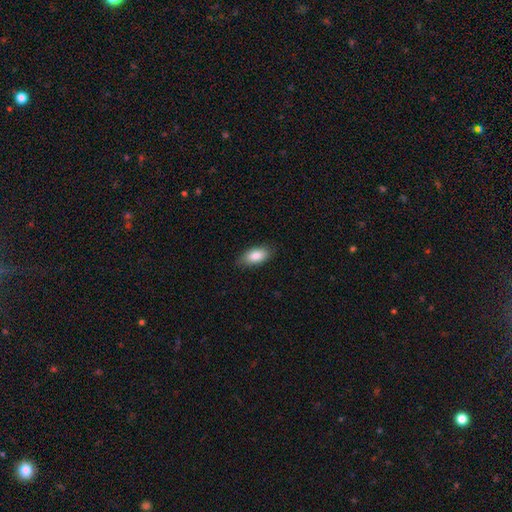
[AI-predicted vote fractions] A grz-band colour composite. It shows a smooth galaxy with no disk features (85%) that is in between round and cigar-shaped (92%). Merging: none (83%).